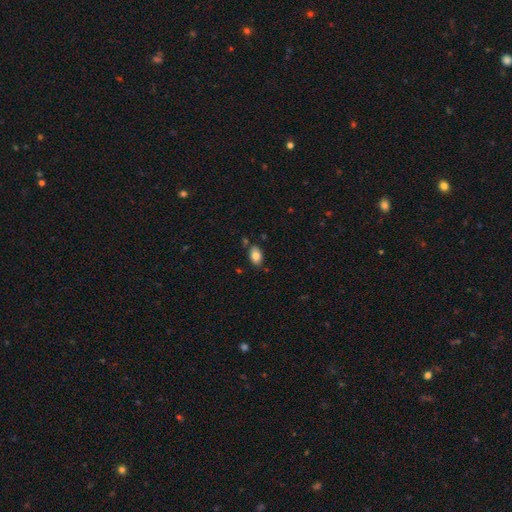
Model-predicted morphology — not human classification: smooth-or-featured: smooth: 83% | featured or disk: 9% | star or artifact: 8%
  how-rounded: in between: 89% | round: 9% | cigar-shaped: 2%
  merging: none: 78% | minor disturbance: 14% | merger: 5% | major disturbance: 3%